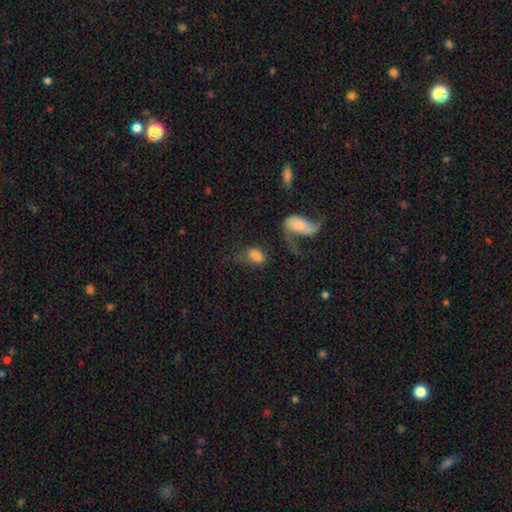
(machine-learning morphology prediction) A smooth galaxy with no disk features (67%) that is in between round and cigar-shaped (87%).

Vote fractions:
- Smooth or featured? smooth: 67% / featured or disk: 23% / star or artifact: 10%
- How rounded? in between: 87% / round: 10% / cigar-shaped: 3%
- Merging? none: 34% / major disturbance: 25% / merger: 22% / minor disturbance: 18%